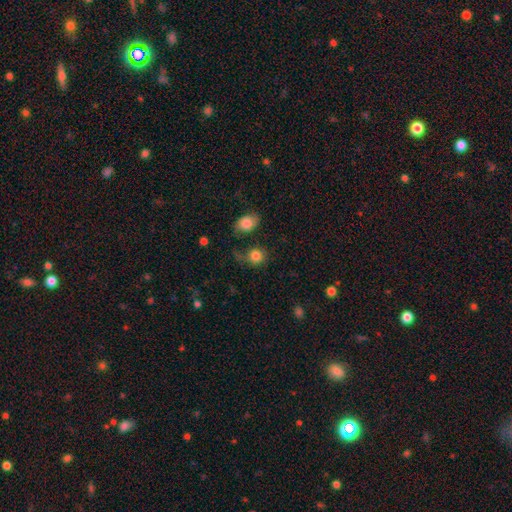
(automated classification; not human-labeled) smooth-or-featured: smooth: 81% | featured or disk: 10% | star or artifact: 9%
  how-rounded: round: 80% | in between: 19% | cigar-shaped: 1%
  merging: none: 56% | minor disturbance: 17% | merger: 15% | major disturbance: 12%